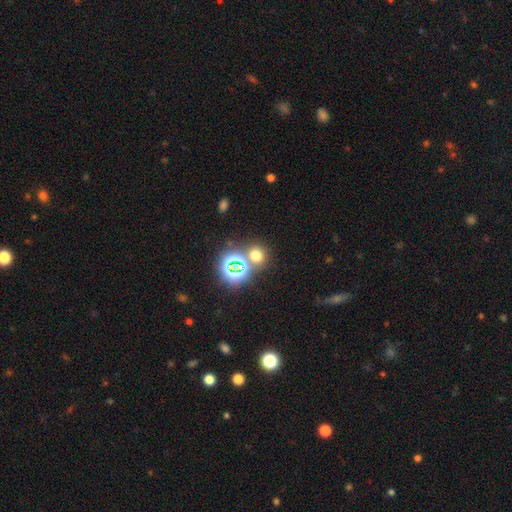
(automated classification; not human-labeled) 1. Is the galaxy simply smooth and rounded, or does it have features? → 57% smooth, 35% star or artifact, 7% featured or disk.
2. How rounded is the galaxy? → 82% round, 17% in between, 1% cigar-shaped.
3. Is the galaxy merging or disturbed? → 70% none, 18% merger, 8% minor disturbance, 4% major disturbance.